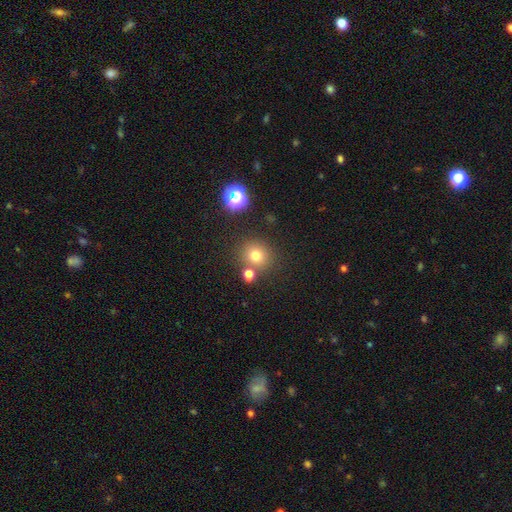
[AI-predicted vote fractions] smooth-or-featured: smooth: 73% | star or artifact: 18% | featured or disk: 9%
  how-rounded: round: 87% | in between: 12% | cigar-shaped: 1%
  merging: none: 72% | merger: 16% | minor disturbance: 9% | major disturbance: 3%